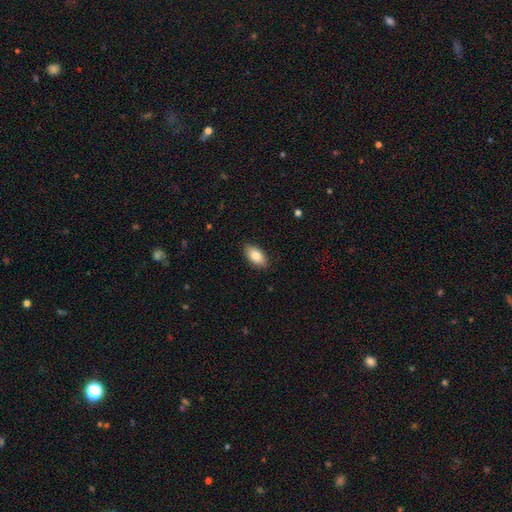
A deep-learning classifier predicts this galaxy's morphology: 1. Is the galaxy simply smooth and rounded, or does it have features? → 83% smooth, 10% featured or disk, 7% star or artifact.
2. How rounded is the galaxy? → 93% in between, 4% round, 3% cigar-shaped.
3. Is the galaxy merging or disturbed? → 89% none, 9% minor disturbance, 2% major disturbance, 1% merger.